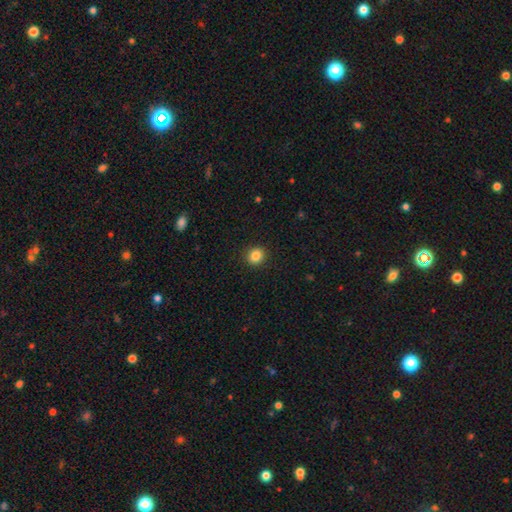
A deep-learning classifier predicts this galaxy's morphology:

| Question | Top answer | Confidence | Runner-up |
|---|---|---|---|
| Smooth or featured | smooth | 85% | star or artifact (11%) |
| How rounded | round | 79% | in between (20%) |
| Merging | none | 91% | minor disturbance (6%) |